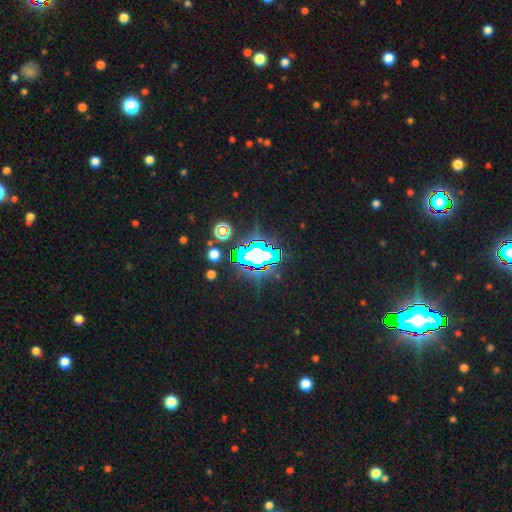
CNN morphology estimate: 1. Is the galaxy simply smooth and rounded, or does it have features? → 69% star or artifact, 17% smooth, 14% featured or disk.